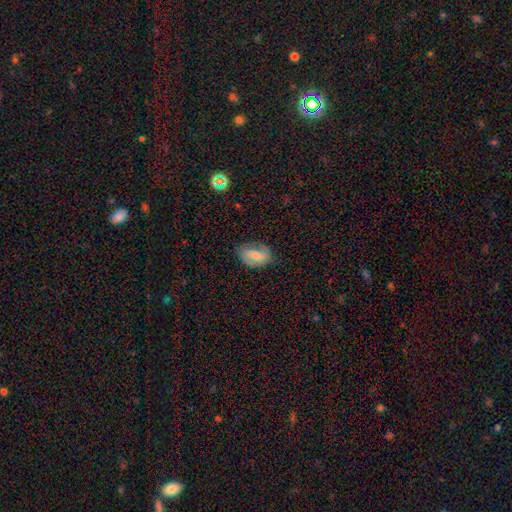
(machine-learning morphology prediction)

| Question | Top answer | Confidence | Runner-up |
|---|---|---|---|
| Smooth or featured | smooth | 51% | featured or disk (41%) |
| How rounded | in between | 84% | round (14%) |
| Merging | none | 68% | minor disturbance (24%) |